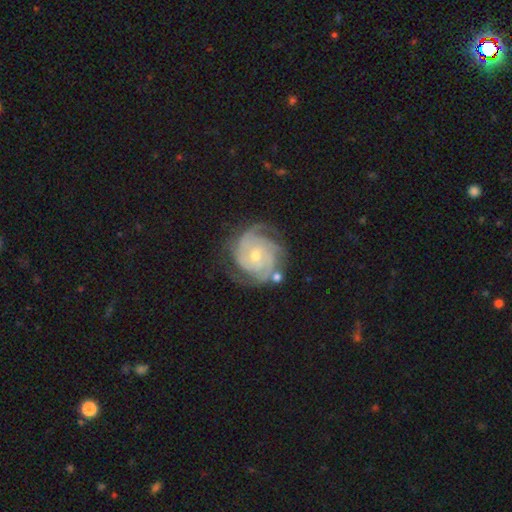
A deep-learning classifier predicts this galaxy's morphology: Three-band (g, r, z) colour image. It shows a featured or disk galaxy (89%) with no bar (71%), 3 (37%) tight (71%) spiral arms (98%) and a small central bulge (53%). Merging: none (72%).